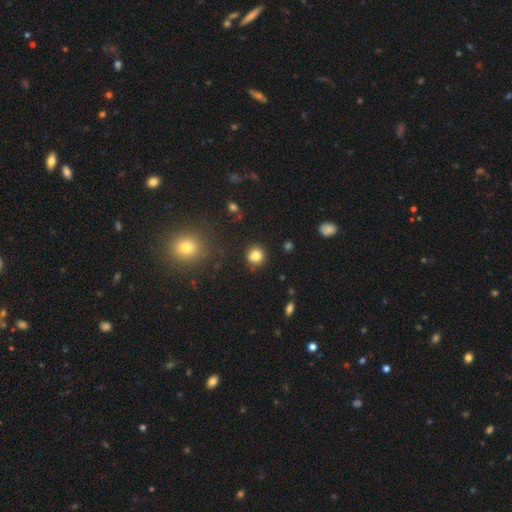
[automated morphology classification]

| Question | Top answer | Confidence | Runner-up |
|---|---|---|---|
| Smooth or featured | smooth | 82% | star or artifact (12%) |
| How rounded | round | 89% | in between (10%) |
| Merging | none | 86% | minor disturbance (9%) |